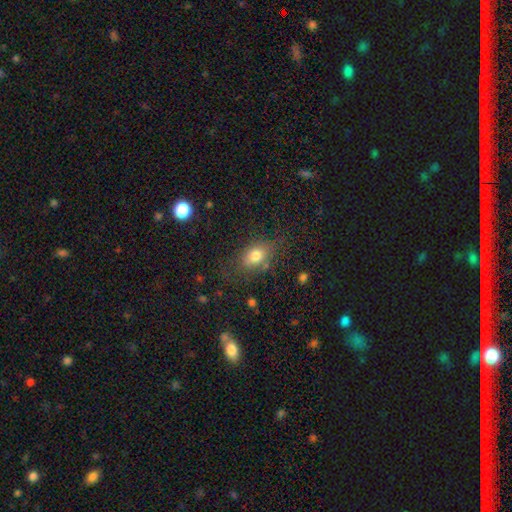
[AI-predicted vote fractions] This is likely a smooth galaxy (76%). How rounded: likely in between (76%). Merging: likely none (71%).